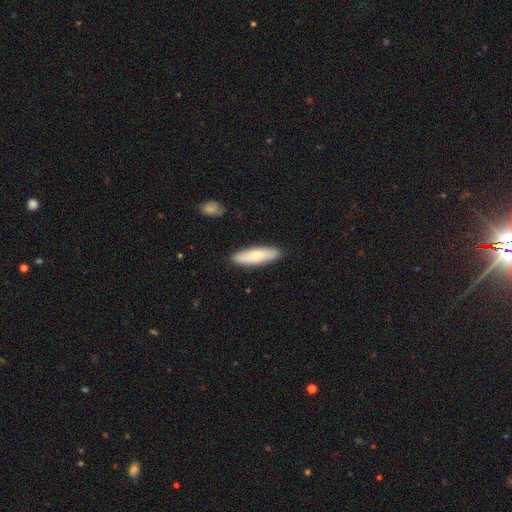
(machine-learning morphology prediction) This appears to be a smooth galaxy with no disk features (70%) that is cigar-shaped (62%). Merging: none (89%).